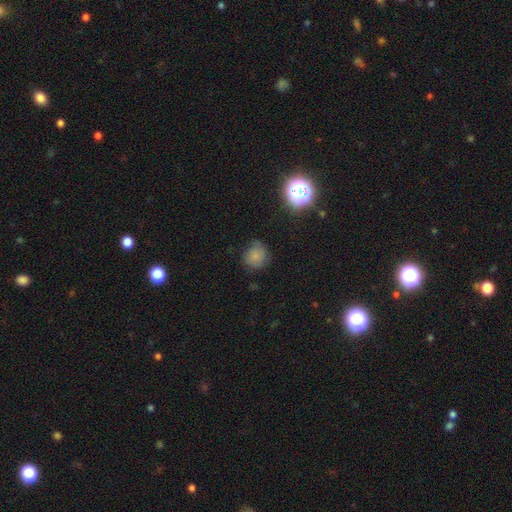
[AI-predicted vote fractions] A smooth galaxy with no disk features (75%) that is round (85%).

Vote fractions:
- Smooth or featured? smooth: 75% / star or artifact: 16% / featured or disk: 9%
- How rounded? round: 85% / in between: 14% / cigar-shaped: 1%
- Merging? none: 70% / minor disturbance: 22% / major disturbance: 6% / merger: 2%